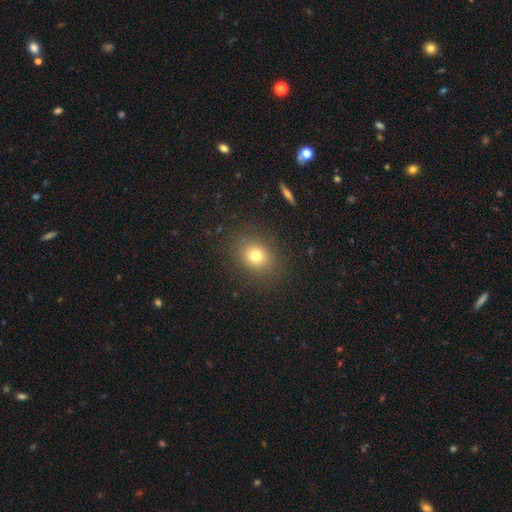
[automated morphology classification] The model was most divided on "how rounded": round: 66%, in between: 33%, cigar-shaped: 1%. More confident: merging — none (86%); smooth or featured — smooth (75%).